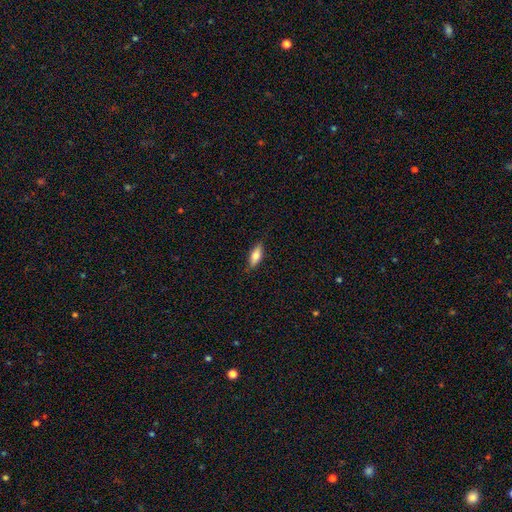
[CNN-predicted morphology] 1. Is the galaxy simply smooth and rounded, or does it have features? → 71% smooth, 22% featured or disk, 7% star or artifact.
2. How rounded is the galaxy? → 66% in between, 31% cigar-shaped, 3% round.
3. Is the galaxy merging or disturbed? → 83% none, 14% minor disturbance, 3% major disturbance, 1% merger.